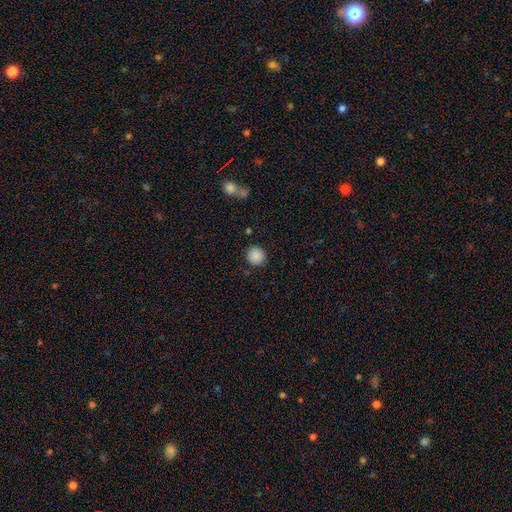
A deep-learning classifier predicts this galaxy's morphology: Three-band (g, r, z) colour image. It shows a smooth galaxy with no disk features (88%) that is round (92%). Merging: none (87%).